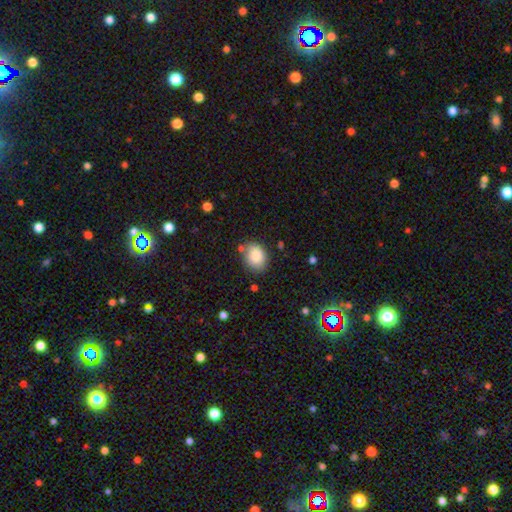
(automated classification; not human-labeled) Smooth or featured: smooth — 83% (featured or disk — 8%)
How rounded: in between — 61% (round — 38%)
Merging: none — 75% (minor disturbance — 17%)